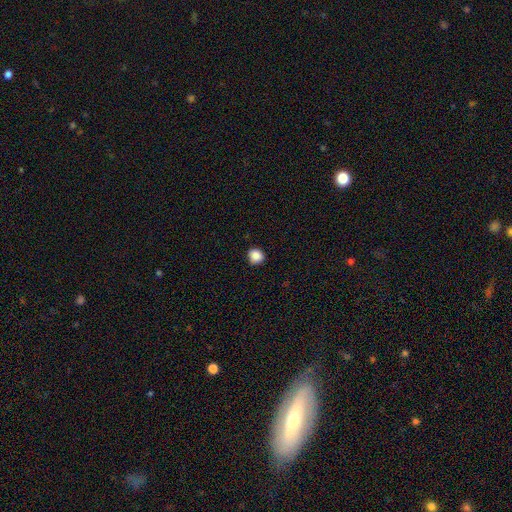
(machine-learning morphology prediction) This is clearly a smooth galaxy (88%). How rounded: clearly round (90%). Merging: clearly none (90%).